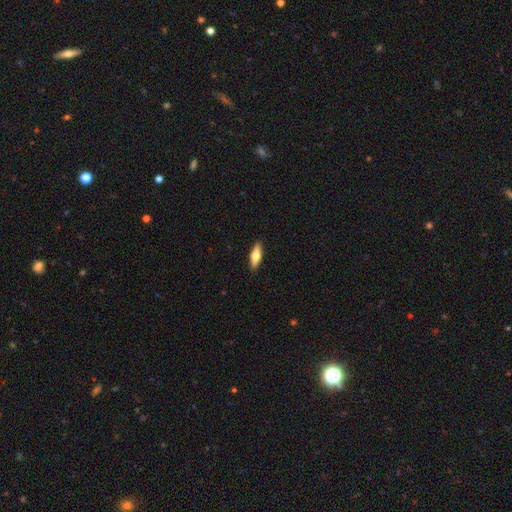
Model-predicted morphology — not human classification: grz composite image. It shows a smooth galaxy with no disk features (62%) that is in between round and cigar-shaped (57%). Merging: none (90%).